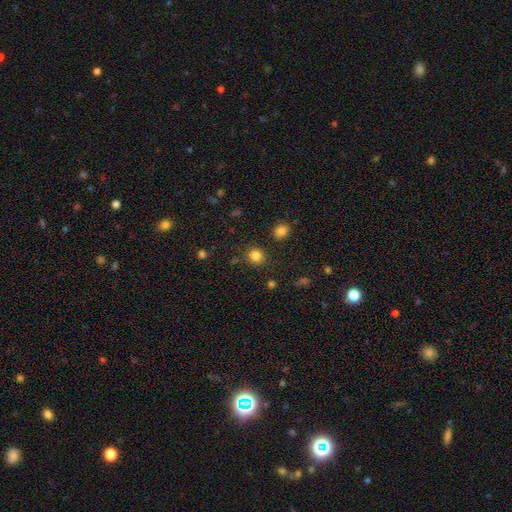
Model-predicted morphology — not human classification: Smooth or featured: smooth — 84% (star or artifact — 12%)
How rounded: round — 87% (in between — 12%)
Merging: none — 86% (minor disturbance — 7%)